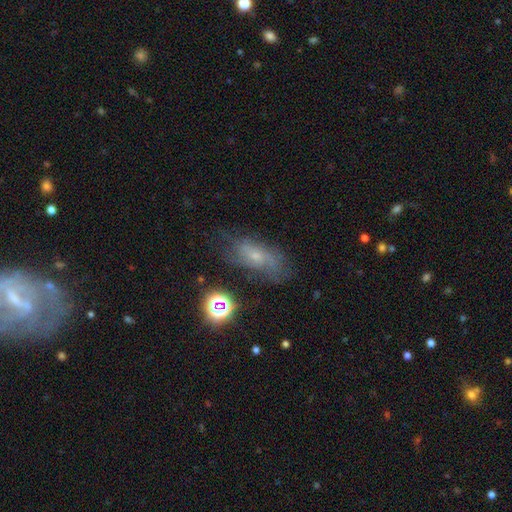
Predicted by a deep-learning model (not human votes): This is possibly a featured or disk galaxy (49%). Merging: possibly none (57%).